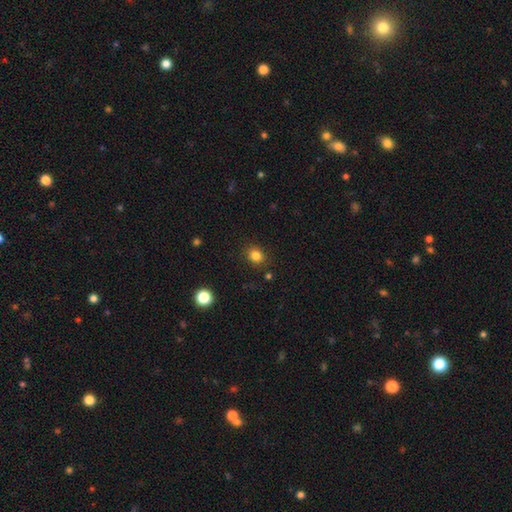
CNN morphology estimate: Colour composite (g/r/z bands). It shows a smooth galaxy with no disk features (83%) that is round (69%). Merging: none (87%).